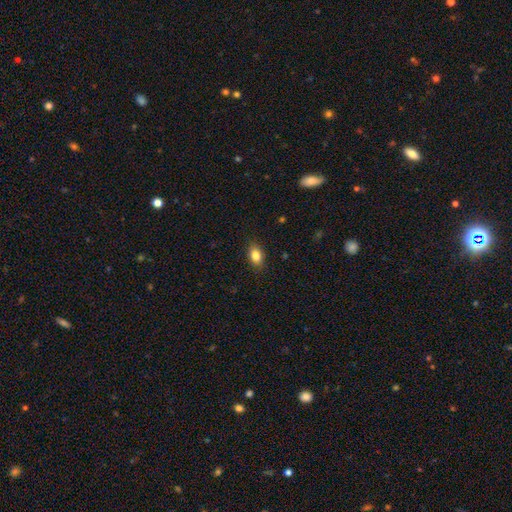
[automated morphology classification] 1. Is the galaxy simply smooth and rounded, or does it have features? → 84% smooth, 9% star or artifact, 7% featured or disk.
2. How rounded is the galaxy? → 80% in between, 19% round, 2% cigar-shaped.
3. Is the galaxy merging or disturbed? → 87% none, 10% minor disturbance, 2% major disturbance, 1% merger.